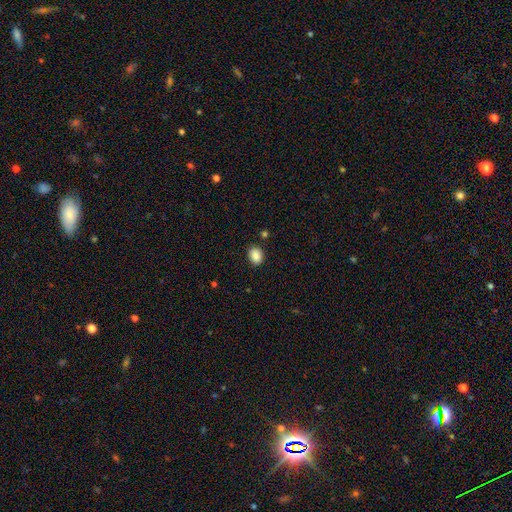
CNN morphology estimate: Smooth or featured?
  - smooth: 89% *
  - star or artifact: 8%
  - featured or disk: 3%
How rounded?
  - in between: 60% *
  - round: 39%
  - cigar-shaped: 1%
Merging?
  - none: 87% *
  - minor disturbance: 9%
  - major disturbance: 2%
  - merger: 2%